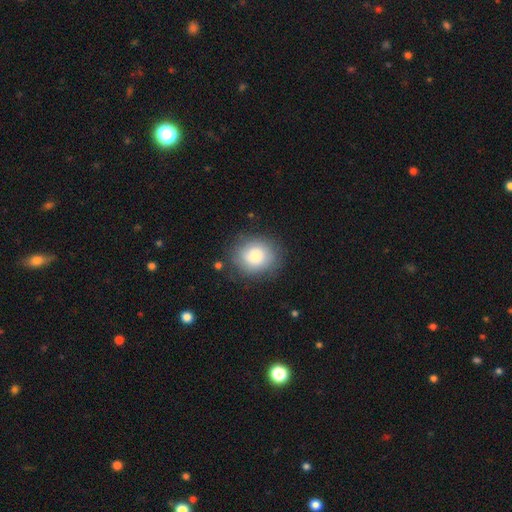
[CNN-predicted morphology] This appears to be a smooth galaxy with no disk features (78%) that is round (80%). Merging: none (80%).